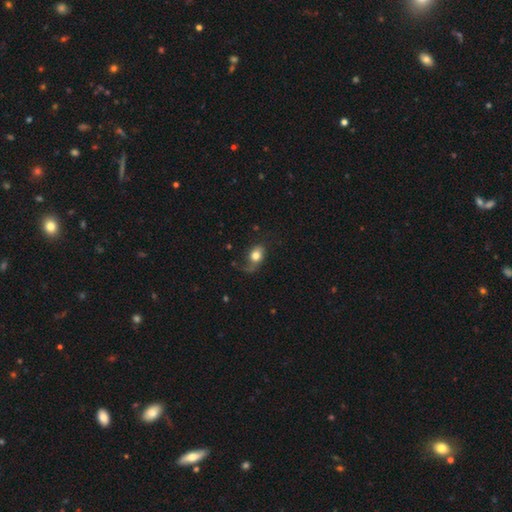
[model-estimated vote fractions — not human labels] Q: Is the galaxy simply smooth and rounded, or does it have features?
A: smooth — 69%.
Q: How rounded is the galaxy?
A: in between — 65%.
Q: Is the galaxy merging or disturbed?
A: none — 46%.